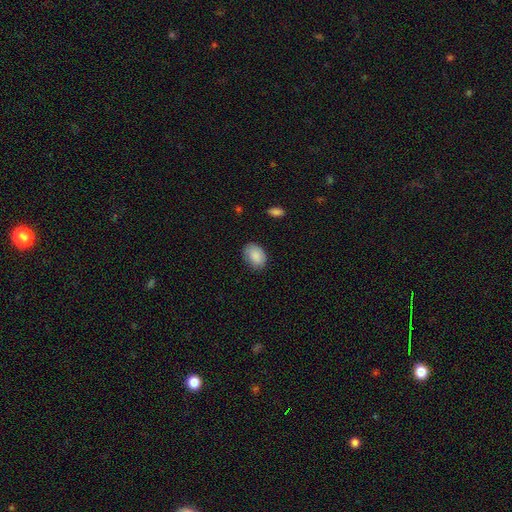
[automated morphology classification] smooth-or-featured: smooth: 88% | star or artifact: 7% | featured or disk: 5%
  how-rounded: in between: 81% | round: 18% | cigar-shaped: 1%
  merging: none: 80% | minor disturbance: 15% | major disturbance: 3% | merger: 1%